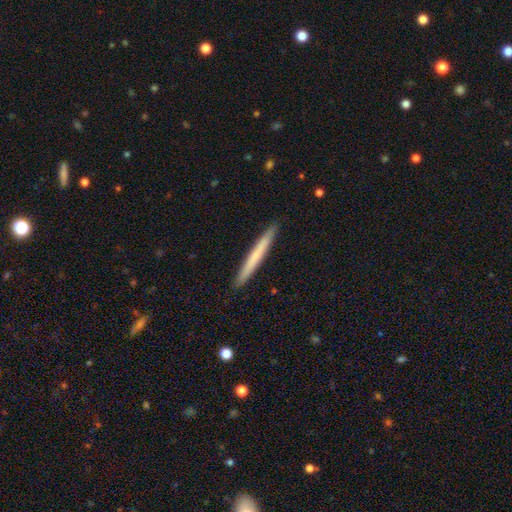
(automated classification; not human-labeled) Smooth or featured? Predicted: smooth (p=0.63). How rounded? Predicted: cigar-shaped (p=0.97). Merging? Predicted: none (p=0.92).